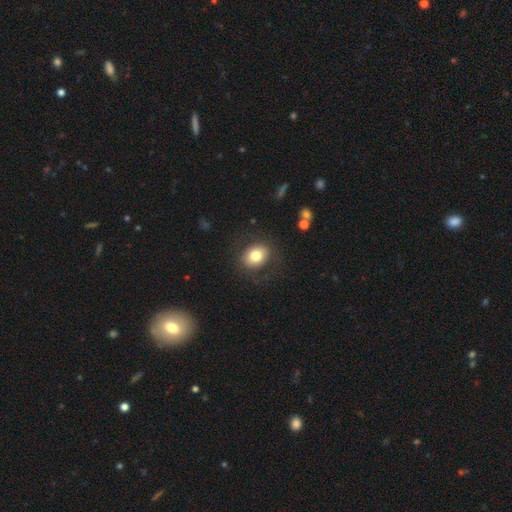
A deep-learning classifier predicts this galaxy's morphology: A smooth galaxy with no disk features (79%) that is in between round and cigar-shaped (55%). Merging: none (79%).